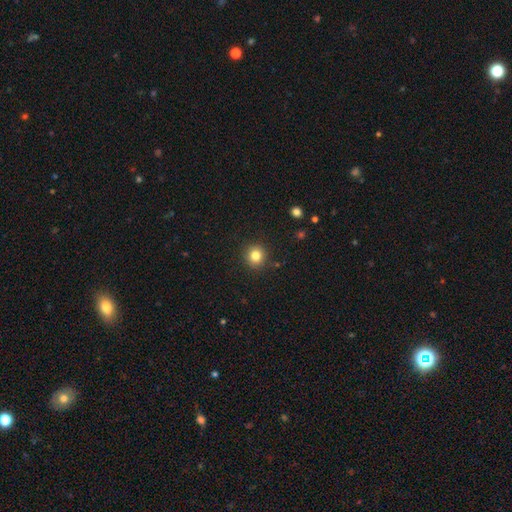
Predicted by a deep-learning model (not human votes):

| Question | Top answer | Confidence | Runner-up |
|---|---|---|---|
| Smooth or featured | smooth | 82% | star or artifact (12%) |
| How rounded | round | 91% | in between (8%) |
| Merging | none | 90% | minor disturbance (7%) |